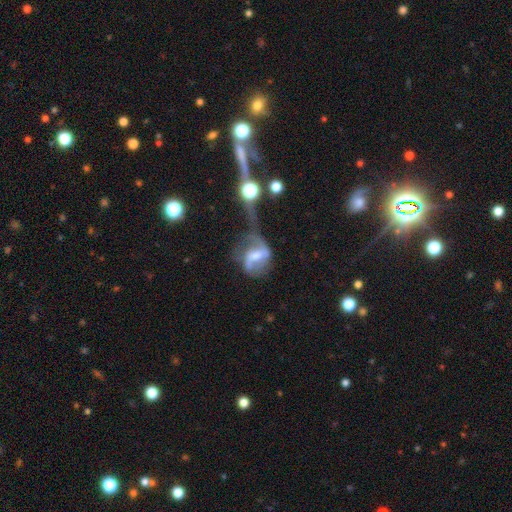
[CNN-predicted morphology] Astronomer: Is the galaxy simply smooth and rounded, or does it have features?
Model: featured or disk — 74%.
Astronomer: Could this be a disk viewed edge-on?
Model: no — 96%.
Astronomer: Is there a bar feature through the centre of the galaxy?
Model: weak — 46% (runner-up: strong, 33%).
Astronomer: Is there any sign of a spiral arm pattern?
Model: yes — 83%.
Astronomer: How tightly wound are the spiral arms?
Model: loose — 57%.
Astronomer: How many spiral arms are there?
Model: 2 — 77%.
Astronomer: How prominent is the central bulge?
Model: moderate — 57%.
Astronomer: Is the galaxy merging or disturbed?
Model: major disturbance — 39% (runner-up: none, 23%).